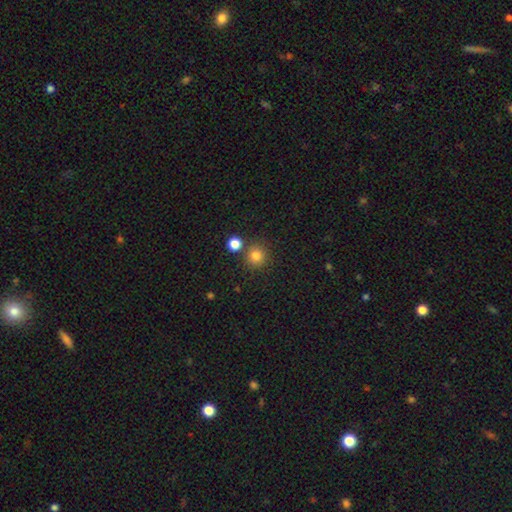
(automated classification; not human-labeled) Overall: smooth (81%). How rounded: round (92%). Merging: none (78%).